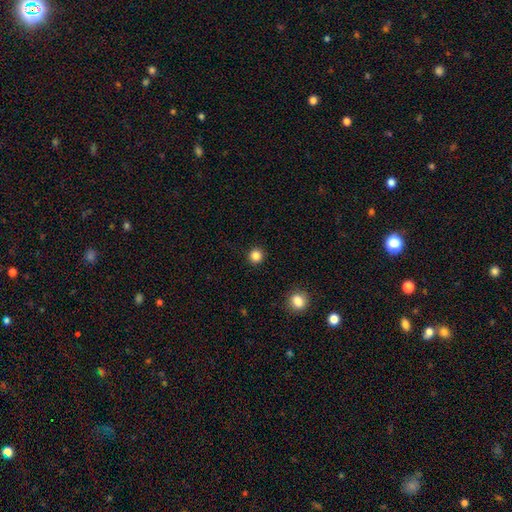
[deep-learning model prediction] smooth 84%, star or artifact 12%, featured or disk 4%. Down the decision tree: how rounded — round (94%); merging — none (92%).